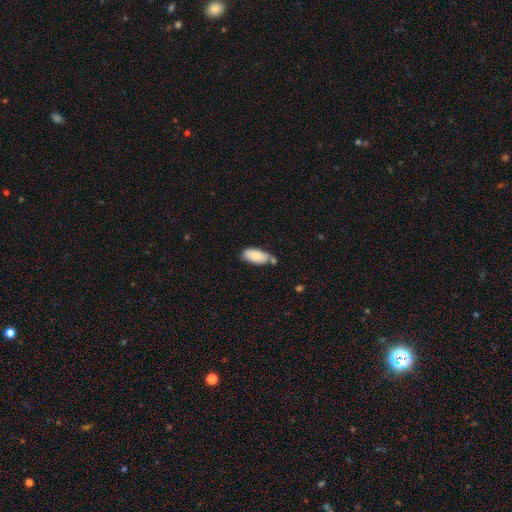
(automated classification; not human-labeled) Smooth or featured? smooth (84%)
How rounded? in between (89%)
Merging? none (54%)